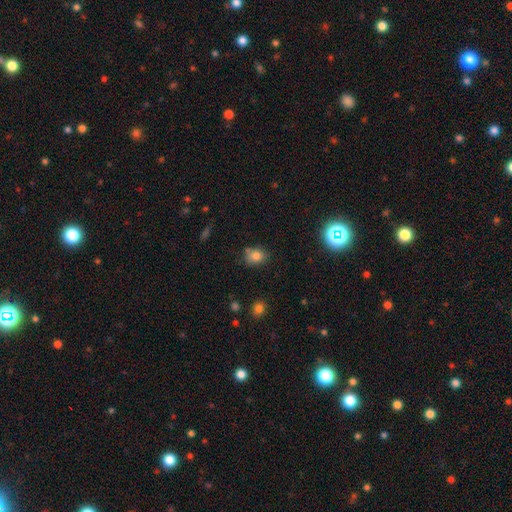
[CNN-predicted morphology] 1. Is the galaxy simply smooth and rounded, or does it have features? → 79% smooth, 13% star or artifact, 8% featured or disk.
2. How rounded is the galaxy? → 52% round, 47% in between, 1% cigar-shaped.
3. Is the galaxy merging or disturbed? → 69% none, 18% minor disturbance, 9% merger, 4% major disturbance.